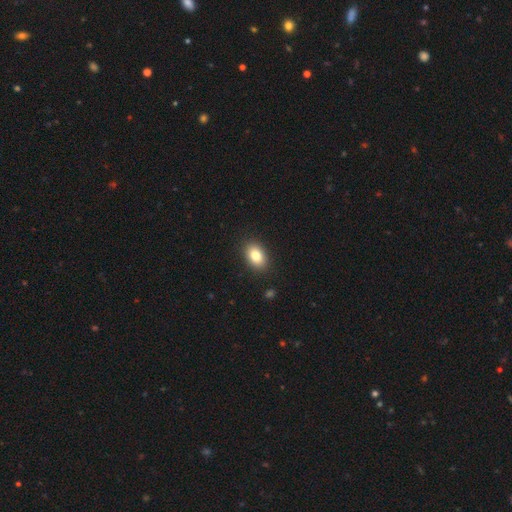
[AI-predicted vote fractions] A smooth galaxy with no disk features (83%) that is in between round and cigar-shaped (84%).

Vote fractions:
- Smooth or featured? smooth: 83% / featured or disk: 9% / star or artifact: 9%
- How rounded? in between: 84% / round: 15% / cigar-shaped: 1%
- Merging? none: 89% / minor disturbance: 8% / major disturbance: 2% / merger: 1%